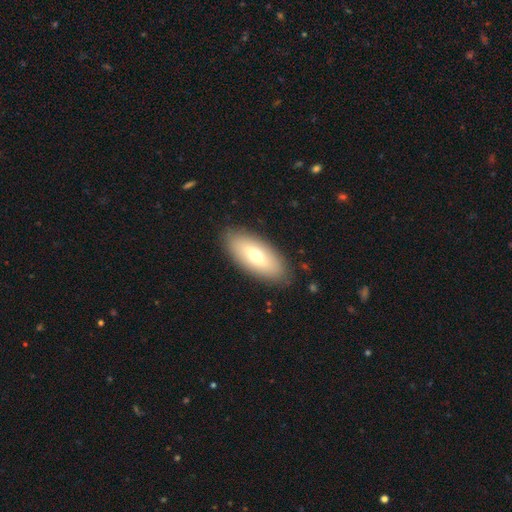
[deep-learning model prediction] smooth-or-featured: smooth: 62% | featured or disk: 32% | star or artifact: 7%
  how-rounded: in between: 84% | cigar-shaped: 14% | round: 3%
  merging: none: 87% | minor disturbance: 9% | major disturbance: 3% | merger: 1%